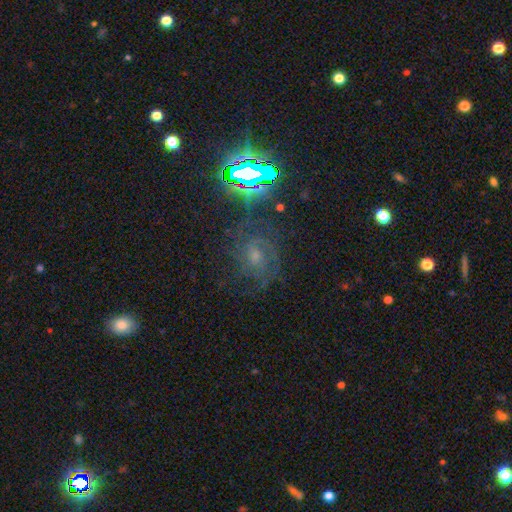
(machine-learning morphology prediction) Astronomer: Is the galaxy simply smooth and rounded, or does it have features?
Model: featured or disk — 47% (runner-up: star or artifact, 38%).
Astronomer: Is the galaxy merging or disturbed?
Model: none — 74%.